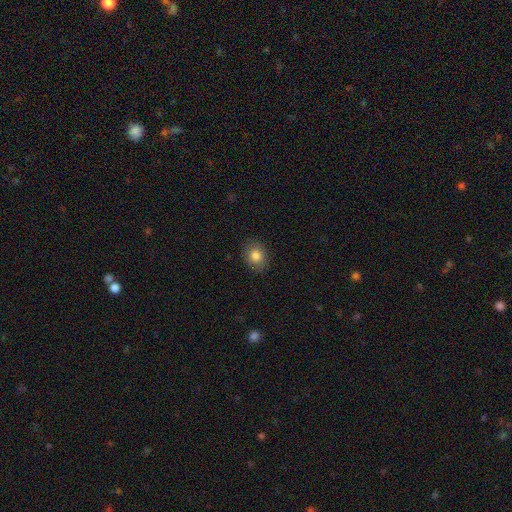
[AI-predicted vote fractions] Smooth or featured: smooth — 82% (star or artifact — 10%)
How rounded: round — 52% (in between — 47%)
Merging: none — 87% (minor disturbance — 10%)